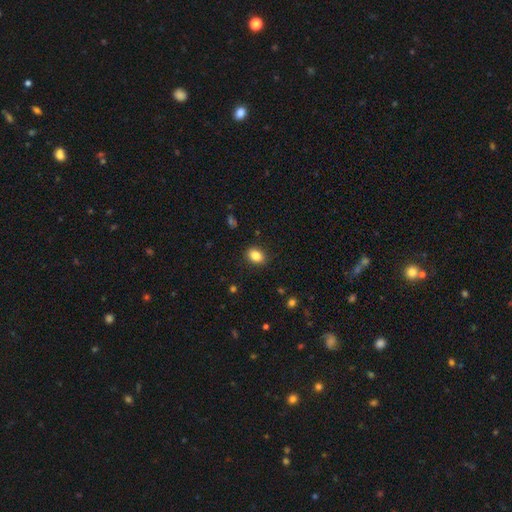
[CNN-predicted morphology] smooth_or_featured: smooth (p=0.84) [alt: star or artifact p=0.10]
how_rounded: in between (p=0.67) [alt: round p=0.32]
merging: none (p=0.88) [alt: minor disturbance p=0.09]